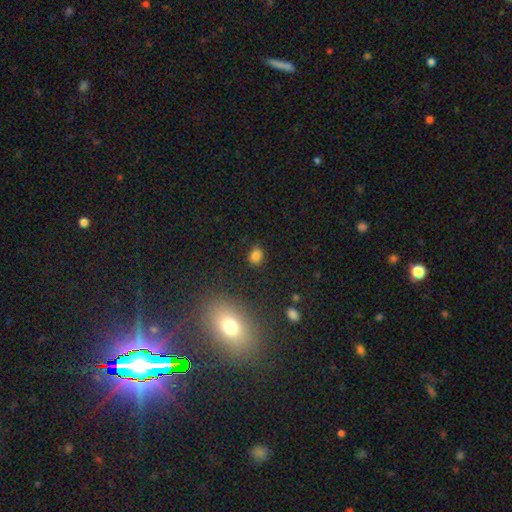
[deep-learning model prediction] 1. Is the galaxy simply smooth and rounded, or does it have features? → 80% smooth, 15% star or artifact, 5% featured or disk.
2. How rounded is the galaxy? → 52% round, 47% in between, 1% cigar-shaped.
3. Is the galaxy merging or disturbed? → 85% none, 10% minor disturbance, 3% major disturbance, 2% merger.